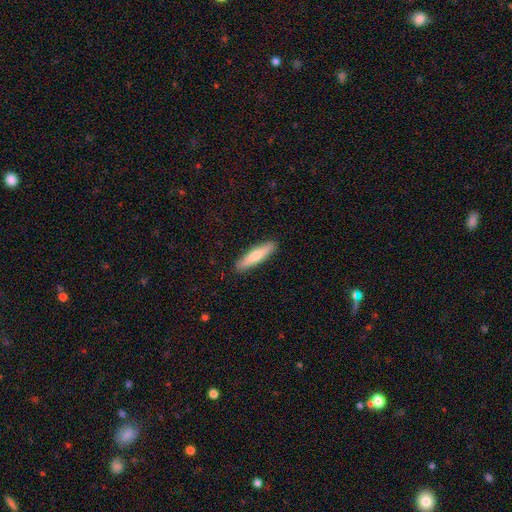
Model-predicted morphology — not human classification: type=smooth (73%); roundness=cigar-shaped (79%); merging=none (90%).